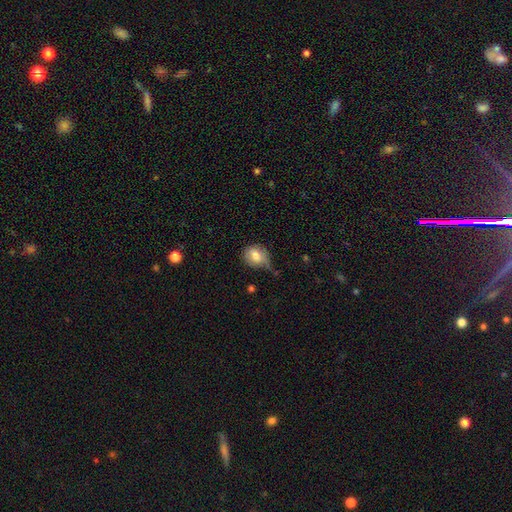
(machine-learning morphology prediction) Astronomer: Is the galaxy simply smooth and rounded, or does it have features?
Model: smooth — 77%.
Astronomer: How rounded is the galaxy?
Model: round — 59% (runner-up: in between, 40%).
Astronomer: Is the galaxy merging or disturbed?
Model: none — 44% (runner-up: minor disturbance, 37%).